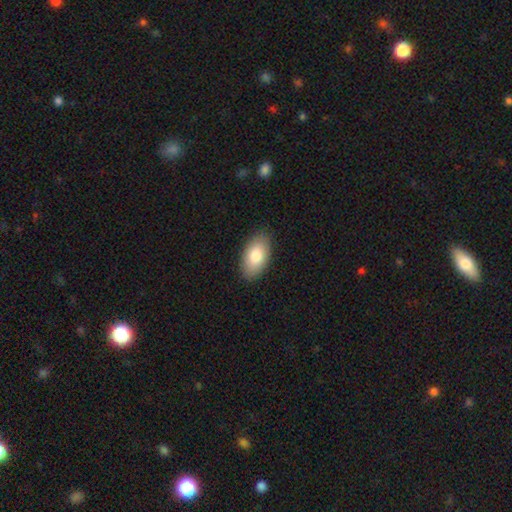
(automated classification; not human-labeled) smooth 81%, featured or disk 13%, star or artifact 6%. Down the decision tree: how rounded — in between (95%); merging — none (87%).